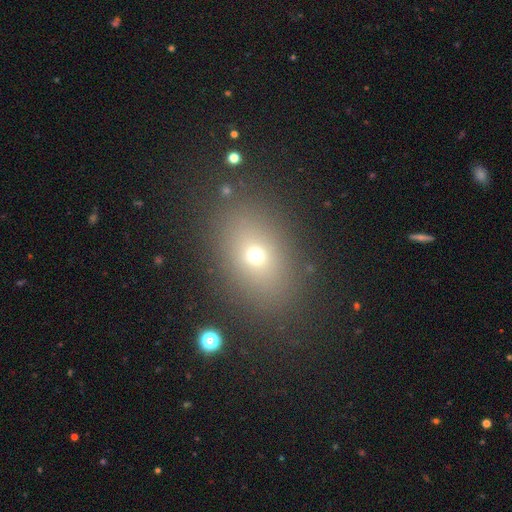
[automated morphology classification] Smooth or featured?
  - smooth: 65% *
  - star or artifact: 20%
  - featured or disk: 15%
How rounded?
  - in between: 69% *
  - round: 29%
  - cigar-shaped: 2%
Merging?
  - none: 84% *
  - minor disturbance: 9%
  - major disturbance: 5%
  - merger: 2%